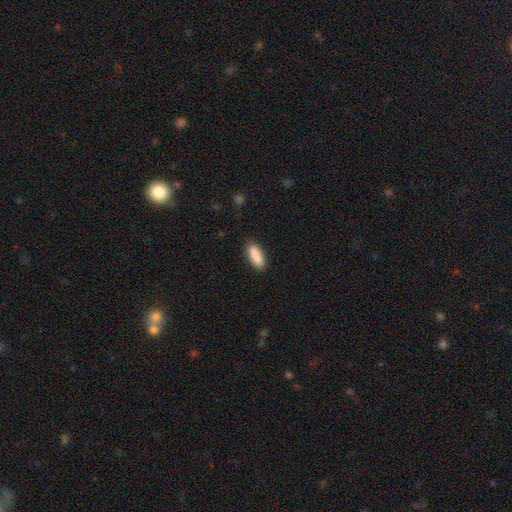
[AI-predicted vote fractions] smooth 89%, star or artifact 6%, featured or disk 4%. Down the decision tree: how rounded — in between (69%); merging — none (87%).